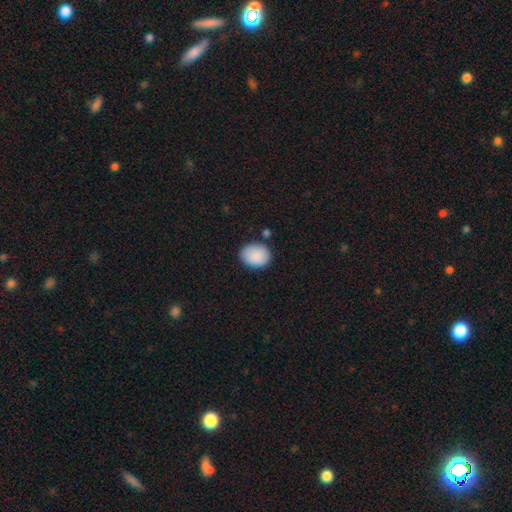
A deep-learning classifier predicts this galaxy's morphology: This is clearly a smooth galaxy (89%). How rounded: possibly in between (55%). Merging: likely none (78%).